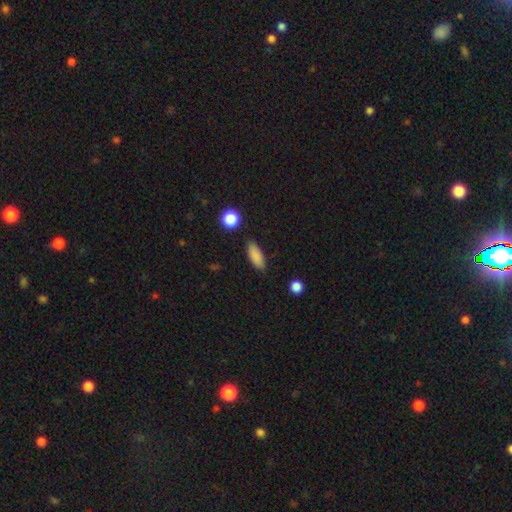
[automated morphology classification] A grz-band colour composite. It shows a smooth galaxy with no disk features (87%) that is in between round and cigar-shaped (70%). Merging: none (84%).